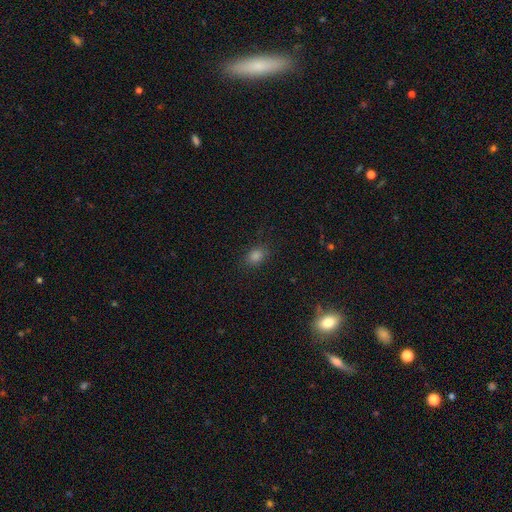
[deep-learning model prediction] Overall: smooth (78%). How rounded: in between (61%; round 37%). Merging: none (85%).